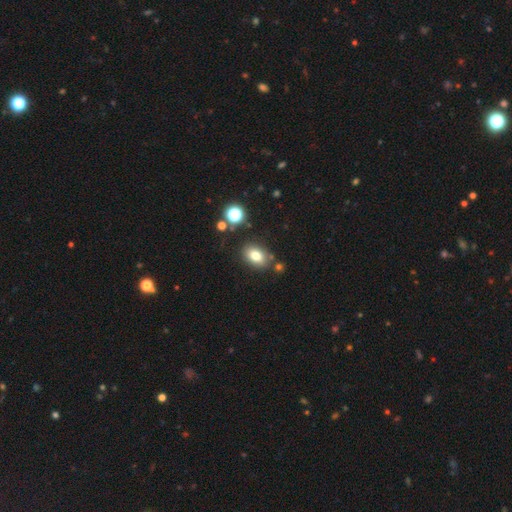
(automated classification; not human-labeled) smooth 79%, star or artifact 12%, featured or disk 10%. Down the decision tree: how rounded — in between (76%); merging — none (78%).